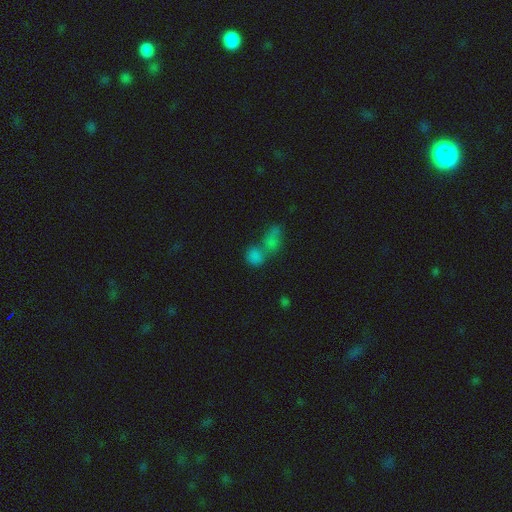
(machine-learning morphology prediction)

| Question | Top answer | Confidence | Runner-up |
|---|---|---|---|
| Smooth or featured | smooth | 74% | star or artifact (17%) |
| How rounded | round | 56% | in between (39%) |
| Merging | merger | 56% | none (31%) |